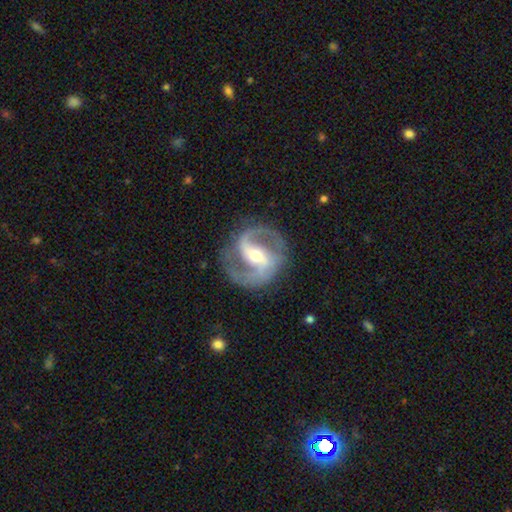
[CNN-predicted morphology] This is clearly a featured or disk galaxy (92%). It is clearly not viewed edge-on (98%). Bar: marginally strong (43%). Spiral arm pattern: clearly yes (98%). Spiral arm count: clearly 2 (92%). Spiral winding: likely medium (61%). Central bulge: possibly moderate (58%). Merging: clearly none (82%).